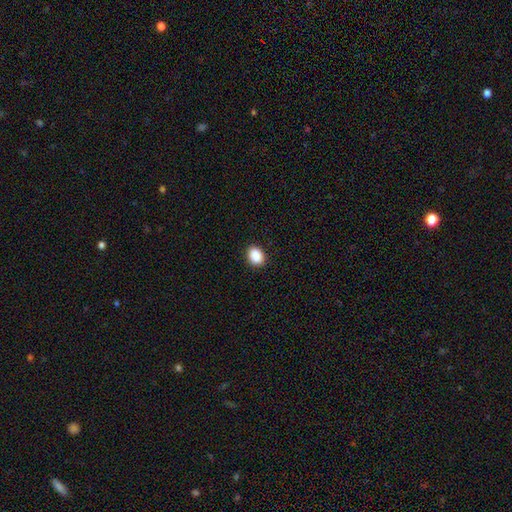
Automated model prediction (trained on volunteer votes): smooth_or_featured: smooth (p=0.89) [alt: star or artifact p=0.08]
how_rounded: in between (p=0.57) [alt: round p=0.42]
merging: none (p=0.91) [alt: minor disturbance p=0.07]